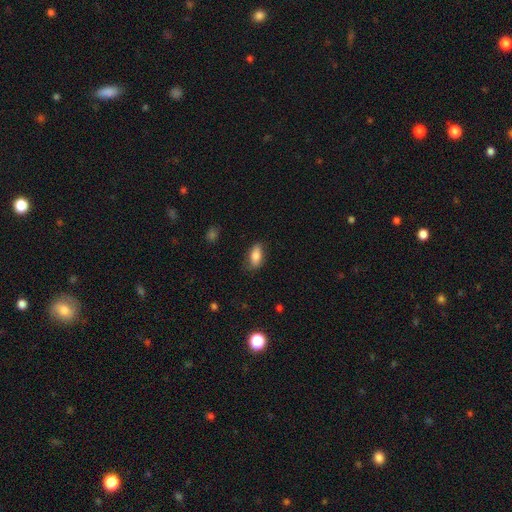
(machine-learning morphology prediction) This is clearly a smooth galaxy (81%). How rounded: clearly in between (87%). Merging: likely none (78%).